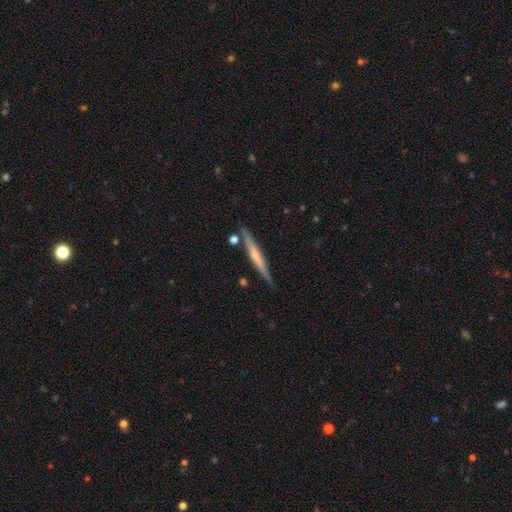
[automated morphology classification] Smooth or featured? Predicted: featured or disk (p=0.56). Edge-on disk? Predicted: yes (p=0.97). Edge-on bulge? Predicted: none (p=0.50). Merging? Predicted: none (p=0.84).